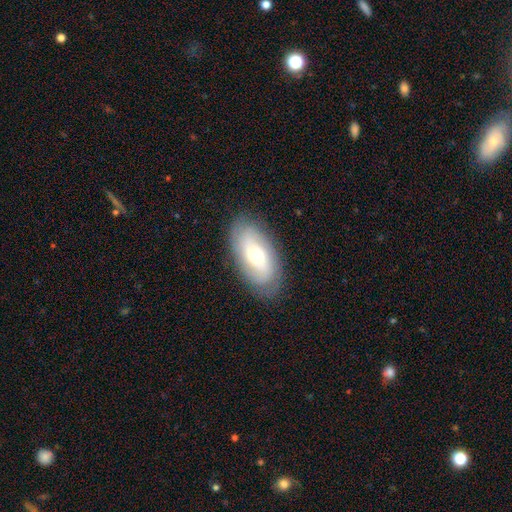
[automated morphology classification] Q: Smooth or featured?
A: featured or disk (60%); runner-up: smooth (33%)
Q: Edge-on disk?
A: no (90%); runner-up: yes (10%)
Q: Bar?
A: no (46%); runner-up: weak (39%)
Q: Spiral arms?
A: yes (74%); runner-up: no (26%)
Q: Bulge size?
A: moderate (65%); runner-up: small (27%)
Q: Merging?
A: none (84%); runner-up: minor disturbance (12%)